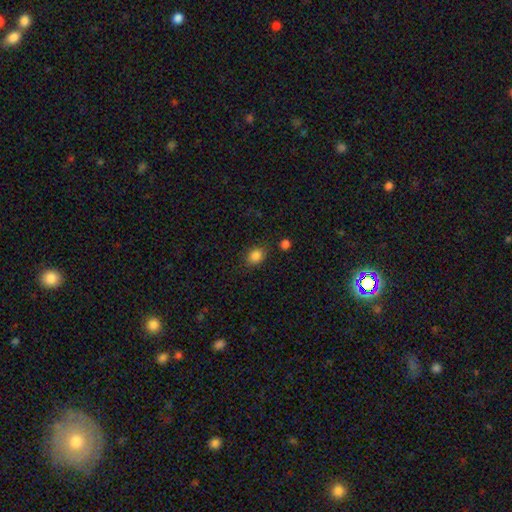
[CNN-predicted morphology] Overall: smooth (85%). How rounded: round (51%; in between 48%). Merging: none (80%).